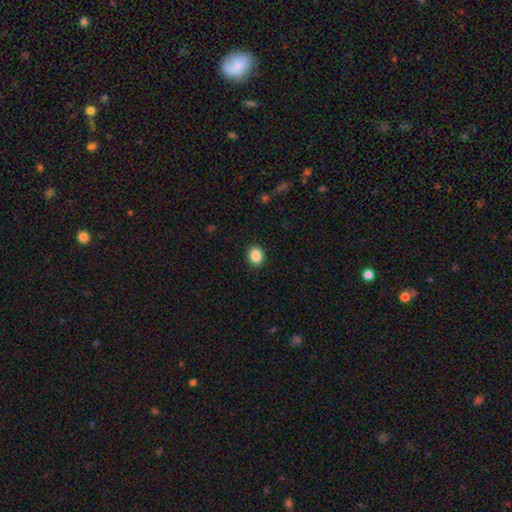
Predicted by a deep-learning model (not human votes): Smooth or featured?
  - smooth: 87% *
  - star or artifact: 9%
  - featured or disk: 3%
How rounded?
  - round: 66% *
  - in between: 33%
  - cigar-shaped: 1%
Merging?
  - none: 91% *
  - minor disturbance: 6%
  - major disturbance: 2%
  - merger: 1%